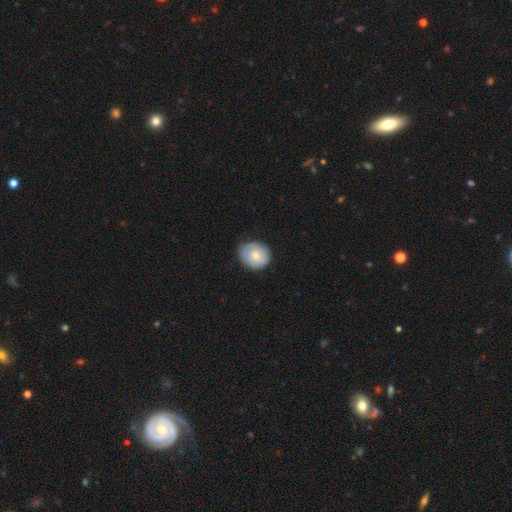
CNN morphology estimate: A smooth galaxy with no disk features (58%) that is round (75%). Merging: none (74%).